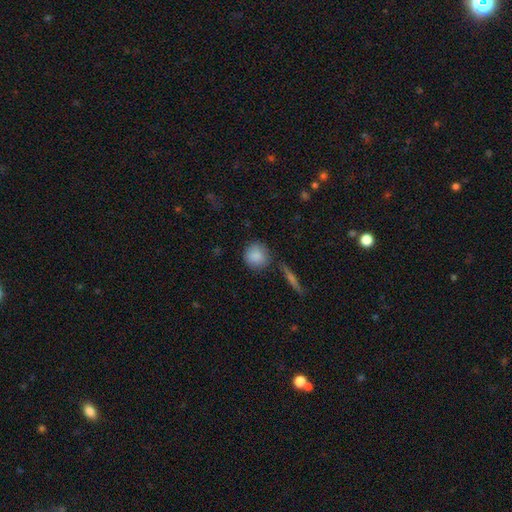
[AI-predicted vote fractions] This appears to be a smooth galaxy with no disk features (87%) that is round (89%). Merging: none (79%).